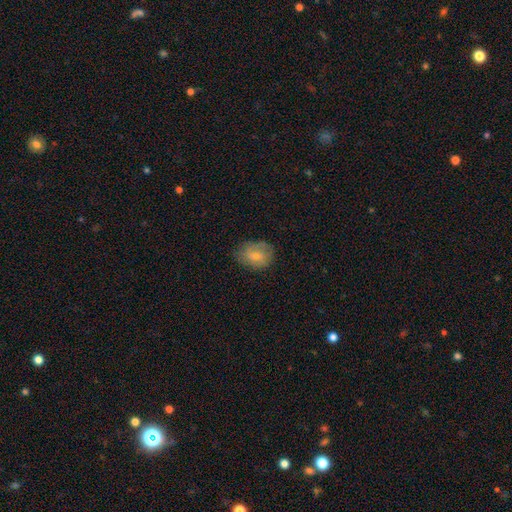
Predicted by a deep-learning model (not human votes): This appears to be a smooth galaxy with no disk features (69%) that is in between round and cigar-shaped (67%). Merging: none (69%).